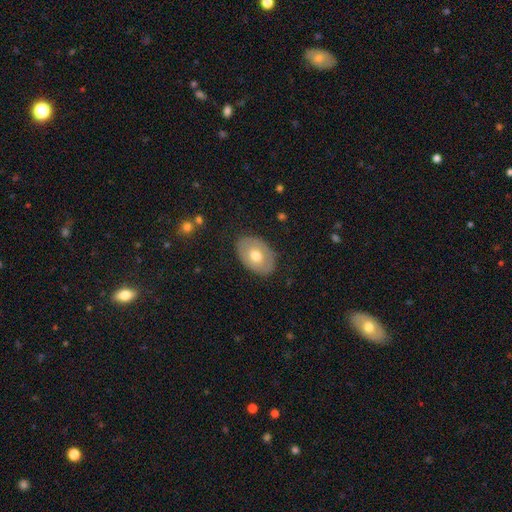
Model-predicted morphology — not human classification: Q: Smooth or featured?
A: smooth (62%); runner-up: featured or disk (32%)
Q: How rounded?
A: in between (84%); runner-up: round (15%)
Q: Merging?
A: none (85%); runner-up: minor disturbance (11%)